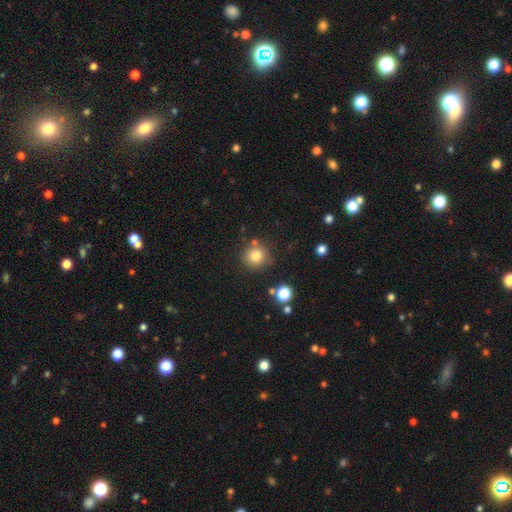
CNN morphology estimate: A smooth galaxy with no disk features (79%) that is round (90%). Merging: none (78%).